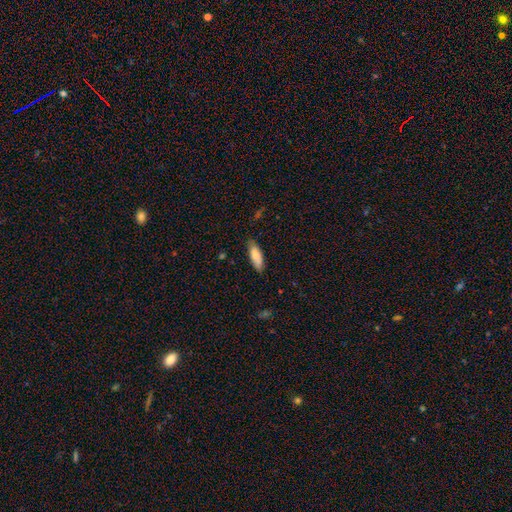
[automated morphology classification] A smooth galaxy with no disk features (84%) that is in between round and cigar-shaped (62%).

Vote fractions:
- Smooth or featured? smooth: 84% / featured or disk: 10% / star or artifact: 6%
- How rounded? in between: 62% / cigar-shaped: 37% / round: 2%
- Merging? none: 79% / minor disturbance: 17% / major disturbance: 3% / merger: 1%